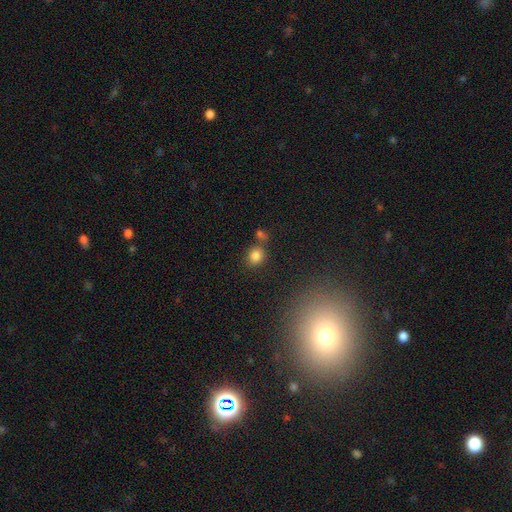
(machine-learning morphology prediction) Q: Smooth or featured?
A: smooth (82%); runner-up: star or artifact (12%)
Q: How rounded?
A: round (66%); runner-up: in between (32%)
Q: Merging?
A: none (66%); runner-up: merger (18%)